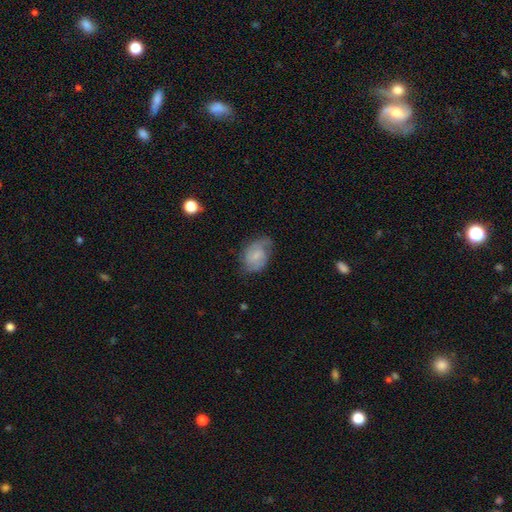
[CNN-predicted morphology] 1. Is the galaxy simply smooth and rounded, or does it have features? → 49% featured or disk, 44% smooth, 8% star or artifact.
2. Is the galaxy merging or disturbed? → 54% none, 31% minor disturbance, 13% major disturbance, 2% merger.